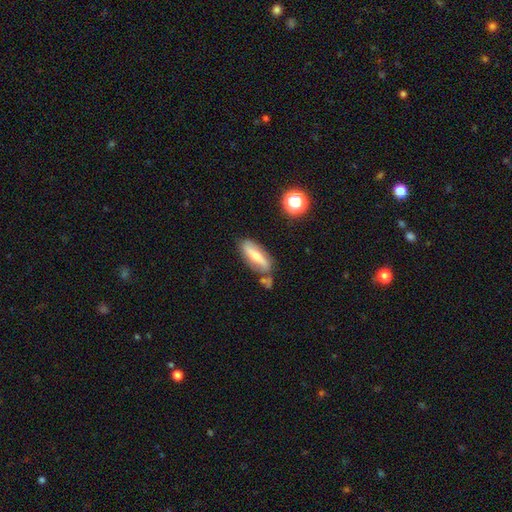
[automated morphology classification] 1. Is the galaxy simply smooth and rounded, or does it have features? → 49% featured or disk, 44% smooth, 8% star or artifact.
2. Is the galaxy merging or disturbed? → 69% none, 18% minor disturbance, 8% merger, 5% major disturbance.